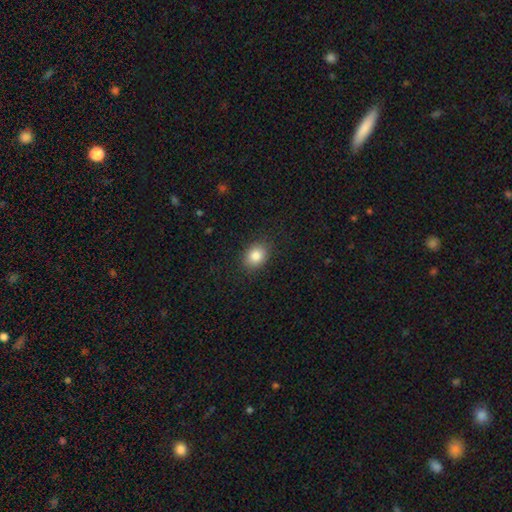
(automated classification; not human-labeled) smooth-or-featured: smooth: 85% | star or artifact: 9% | featured or disk: 6%
  how-rounded: in between: 56% | round: 43% | cigar-shaped: 1%
  merging: none: 87% | minor disturbance: 9% | major disturbance: 3% | merger: 1%